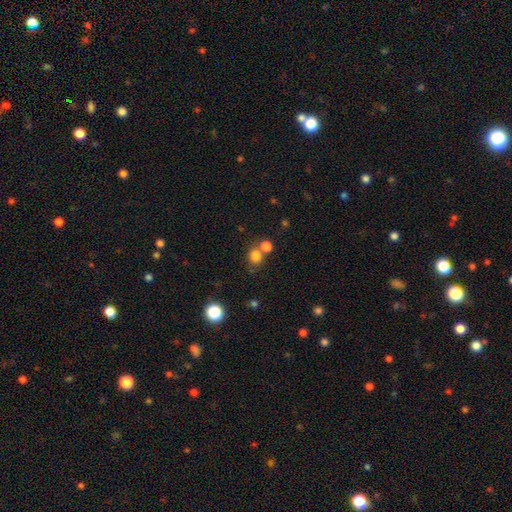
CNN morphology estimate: Q: Smooth or featured?
A: smooth (79%); runner-up: star or artifact (14%)
Q: How rounded?
A: round (75%); runner-up: in between (24%)
Q: Merging?
A: none (55%); runner-up: merger (32%)